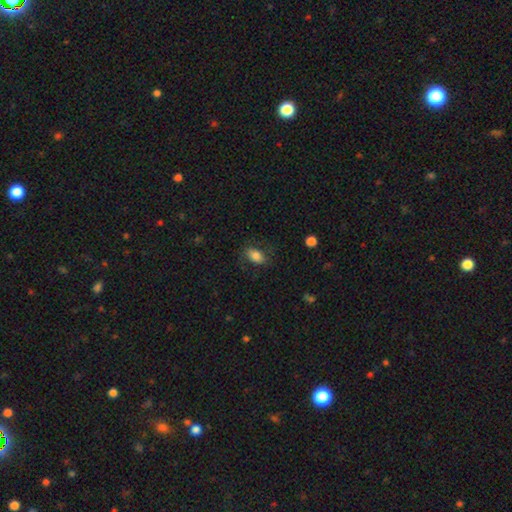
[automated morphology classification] Overall: smooth (78%). How rounded: in between (88%). Merging: none (71%).